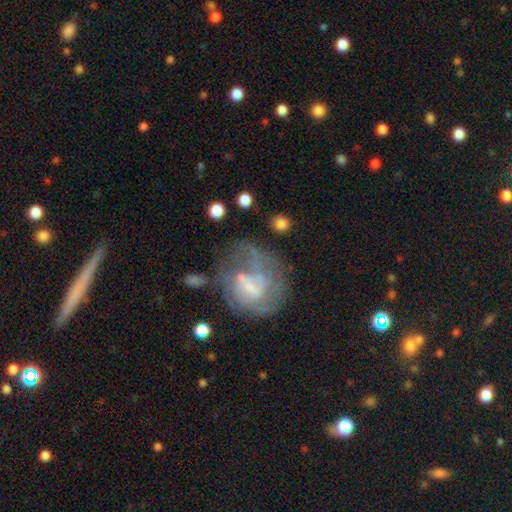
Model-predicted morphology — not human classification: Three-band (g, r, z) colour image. It shows a featured or disk galaxy (60%) with no bar (50%), spiral arms (66%) and a small central bulge (37%). Merging: none (50%).